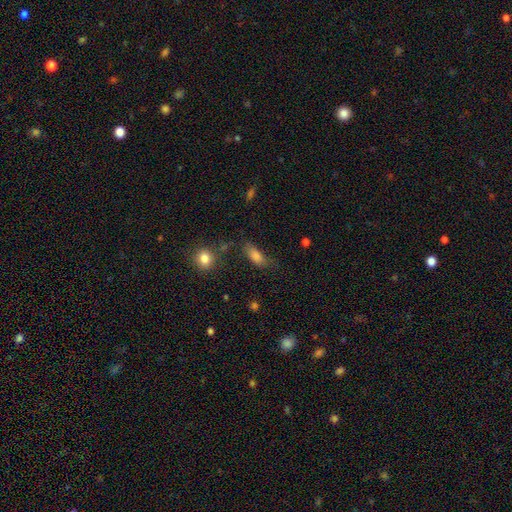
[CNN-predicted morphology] This appears to be a smooth galaxy with no disk features (77%) that is in between round and cigar-shaped (73%). Merging: none (59%).